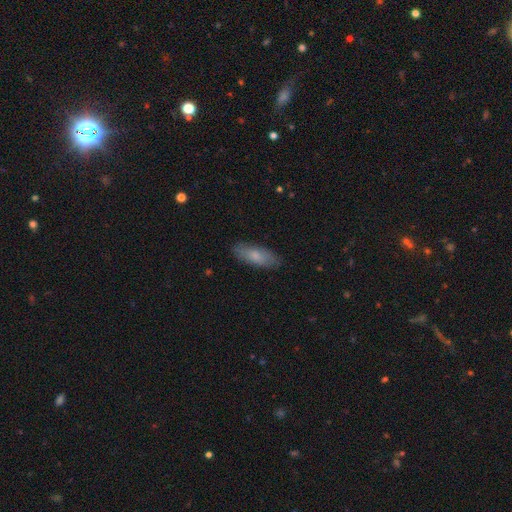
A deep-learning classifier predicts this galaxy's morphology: Smooth or featured: smooth — 76% (featured or disk — 18%)
How rounded: in between — 65% (cigar-shaped — 34%)
Merging: none — 84% (minor disturbance — 12%)